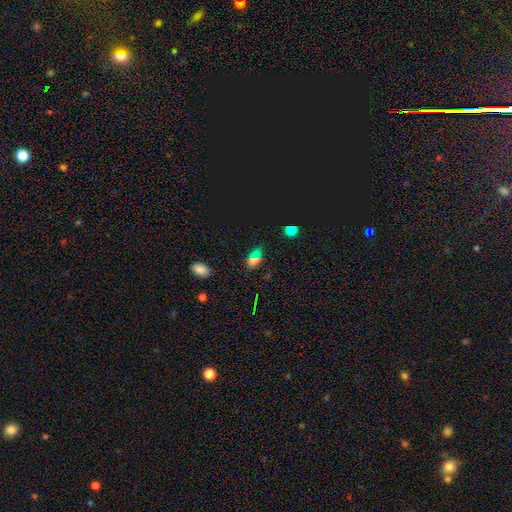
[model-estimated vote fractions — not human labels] A smooth galaxy with no disk features (55%) that is in between round and cigar-shaped (74%). Merging: none (75%).